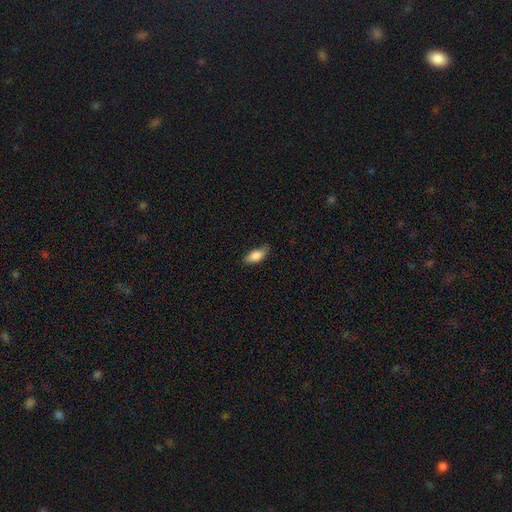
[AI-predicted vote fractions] Q: Smooth or featured?
A: smooth (84%); runner-up: featured or disk (9%)
Q: How rounded?
A: in between (85%); runner-up: cigar-shaped (12%)
Q: Merging?
A: none (72%); runner-up: minor disturbance (22%)